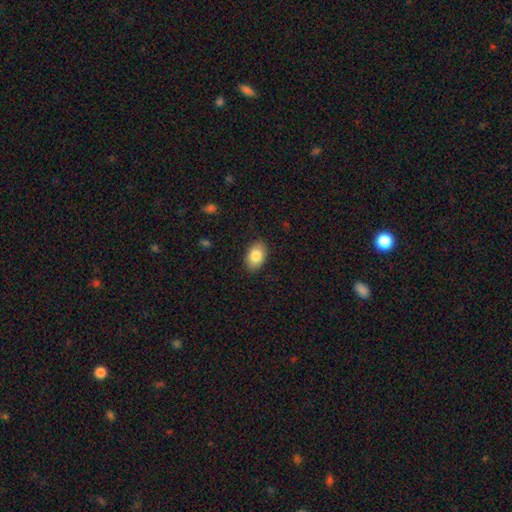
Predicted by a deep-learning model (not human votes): Q: Smooth or featured?
A: smooth (84%); runner-up: featured or disk (9%)
Q: How rounded?
A: in between (88%); runner-up: round (11%)
Q: Merging?
A: none (87%); runner-up: minor disturbance (9%)